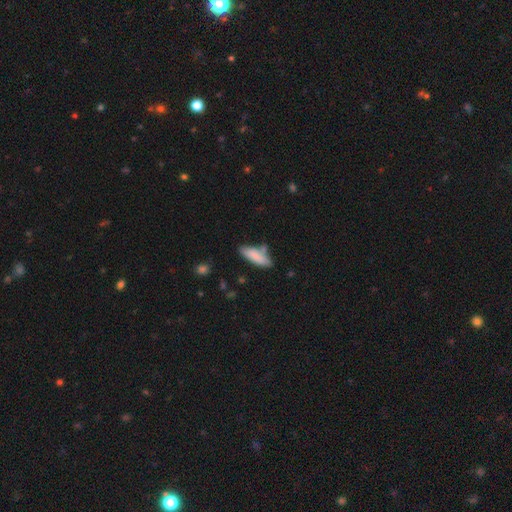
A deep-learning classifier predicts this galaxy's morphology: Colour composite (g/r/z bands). It shows a smooth galaxy with no disk features (82%) that is cigar-shaped (49%, tied with in between). Merging: none (64%).